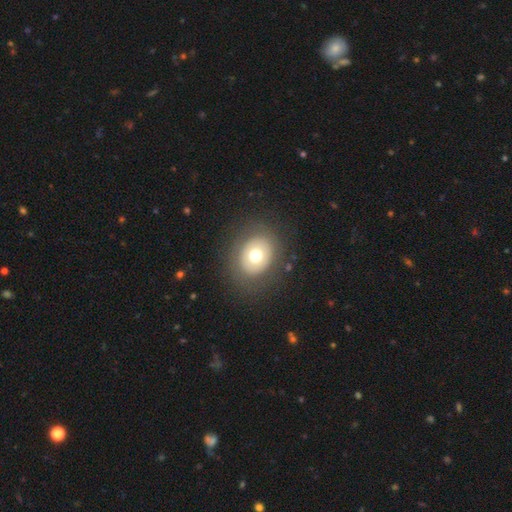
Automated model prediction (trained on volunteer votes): Smooth or featured? Predicted: smooth (p=0.65). How rounded? Predicted: round (p=0.54). Merging? Predicted: none (p=0.84).